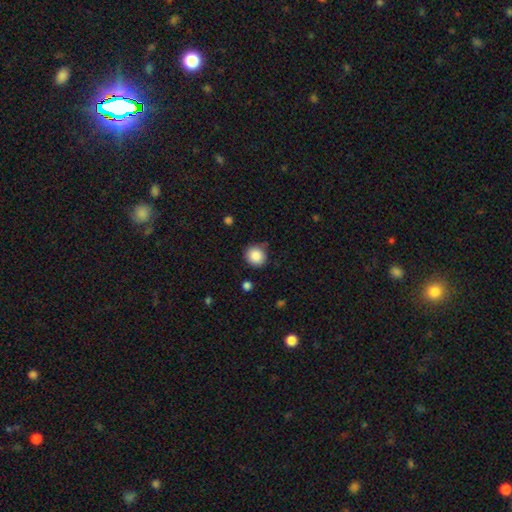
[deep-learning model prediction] A smooth galaxy with no disk features (87%) that is round (92%).

Vote fractions:
- Smooth or featured? smooth: 87% / star or artifact: 9% / featured or disk: 4%
- How rounded? round: 92% / in between: 8% / cigar-shaped: 1%
- Merging? none: 79% / minor disturbance: 15% / major disturbance: 4% / merger: 3%